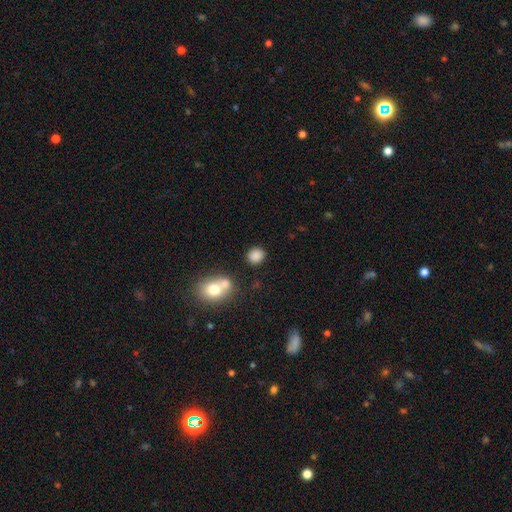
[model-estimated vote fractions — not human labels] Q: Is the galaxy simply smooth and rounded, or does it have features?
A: smooth — 85%.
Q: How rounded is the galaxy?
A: round — 78%.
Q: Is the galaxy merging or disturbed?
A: none — 80%.